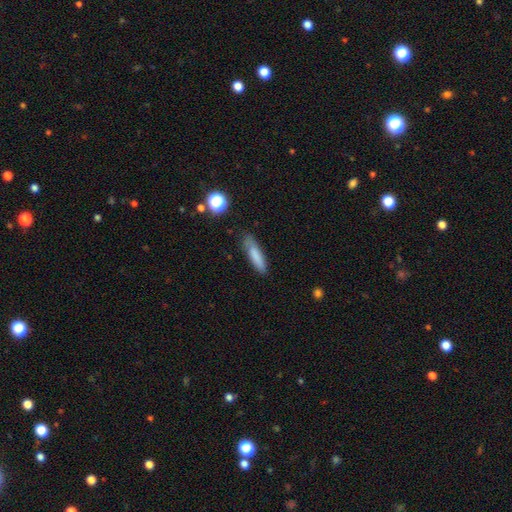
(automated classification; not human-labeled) This is likely a smooth galaxy (80%). How rounded: likely cigar-shaped (72%). Merging: likely none (74%).